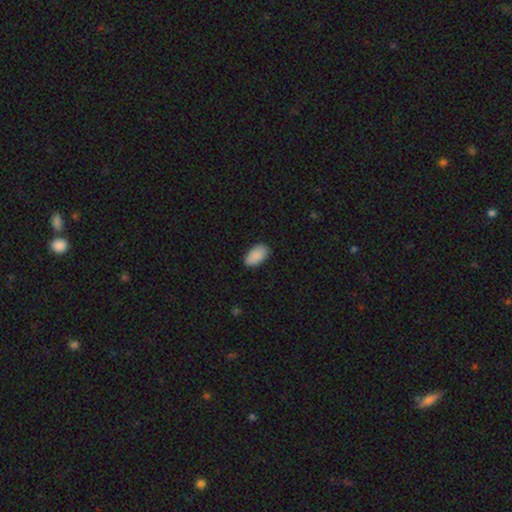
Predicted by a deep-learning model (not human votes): Q: Smooth or featured?
A: smooth (90%); runner-up: star or artifact (7%)
Q: How rounded?
A: in between (95%); runner-up: round (3%)
Q: Merging?
A: none (86%); runner-up: minor disturbance (11%)